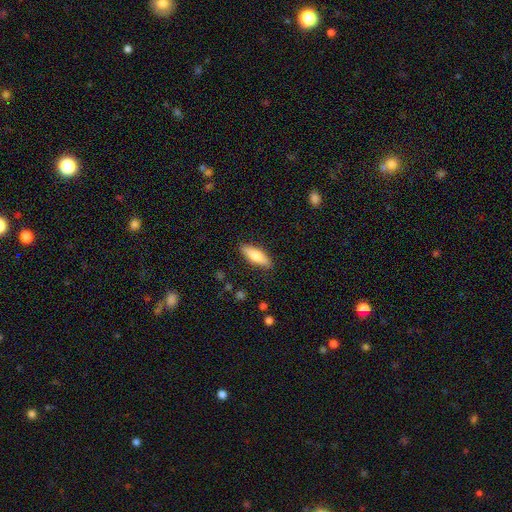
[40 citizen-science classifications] Smooth or featured: smooth — 78% (featured or disk — 20%)
How rounded: in between — 74% (cigar-shaped — 26%)
Merging: none — 100%